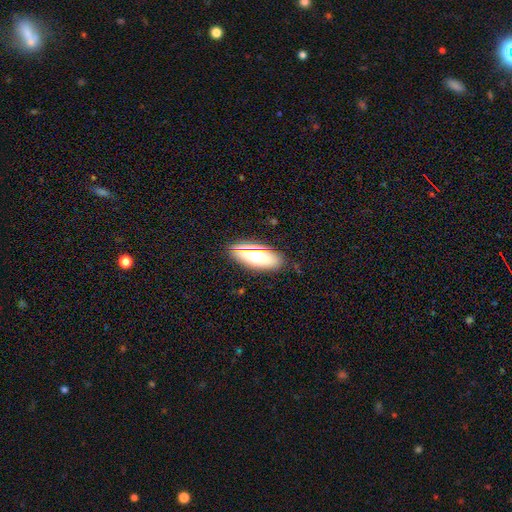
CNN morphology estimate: type=smooth (64%); roundness=in between (83%); merging=none (83%).